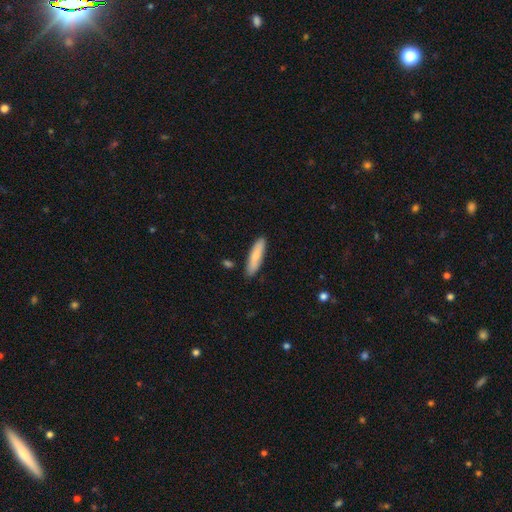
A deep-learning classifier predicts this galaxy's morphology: smooth 80%, featured or disk 15%, star or artifact 6%. Down the decision tree: how rounded — cigar-shaped (74%); merging — none (87%).